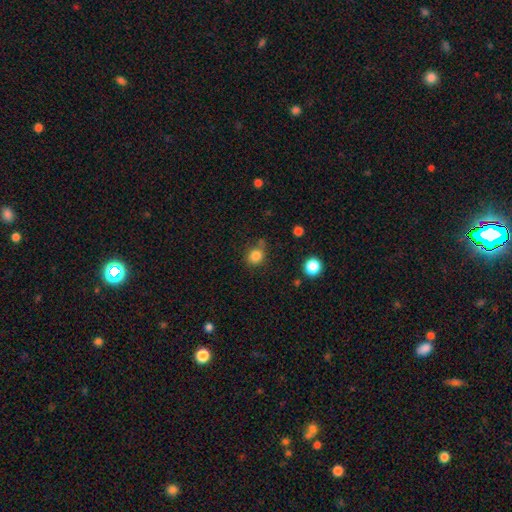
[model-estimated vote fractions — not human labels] Q: Smooth or featured?
A: smooth (83%); runner-up: star or artifact (12%)
Q: How rounded?
A: round (76%); runner-up: in between (23%)
Q: Merging?
A: none (68%); runner-up: minor disturbance (19%)